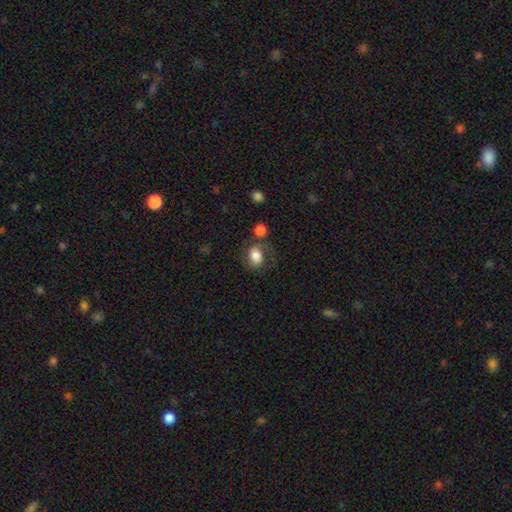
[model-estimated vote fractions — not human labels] Smooth or featured? smooth (77%)
How rounded? in between (54%)
Merging? none (58%)